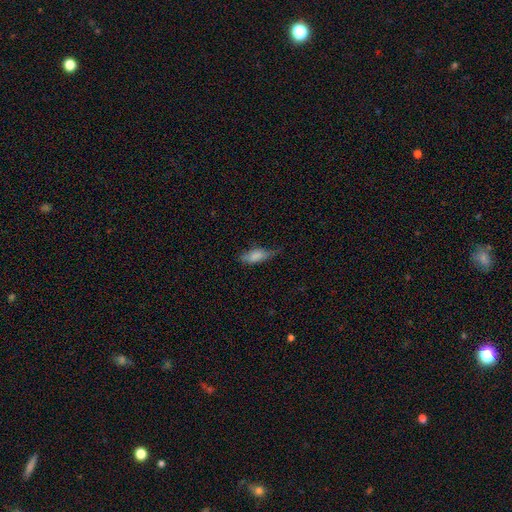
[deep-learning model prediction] Smooth or featured?
  - smooth: 79% *
  - featured or disk: 14%
  - star or artifact: 8%
How rounded?
  - in between: 78% *
  - cigar-shaped: 19%
  - round: 3%
Merging?
  - minor disturbance: 43% *
  - none: 41%
  - major disturbance: 15%
  - merger: 2%